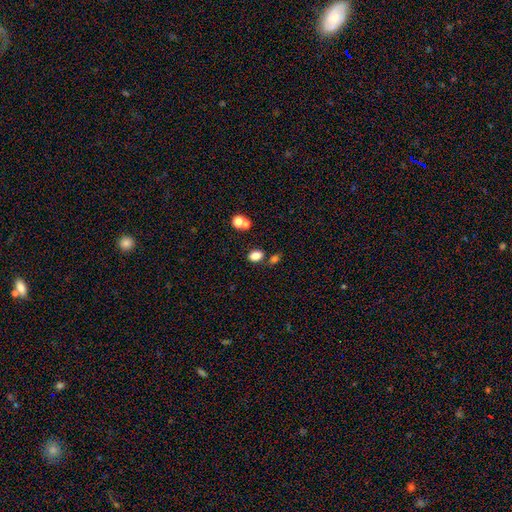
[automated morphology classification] smooth_or_featured: smooth (p=0.83) [alt: star or artifact p=0.12]
how_rounded: in between (p=0.75) [alt: round p=0.24]
merging: none (p=0.71) [alt: merger p=0.13]